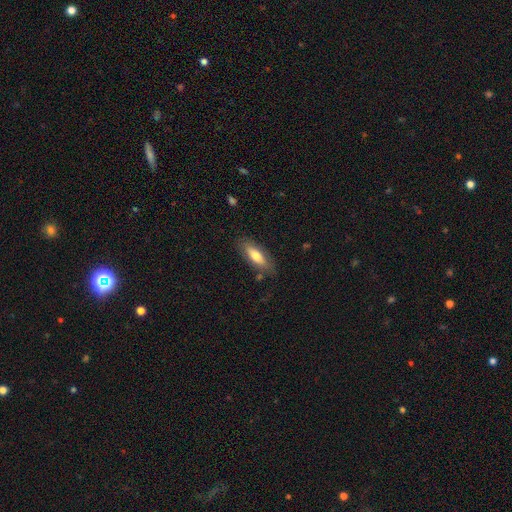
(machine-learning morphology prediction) smooth-or-featured: smooth: 72% | featured or disk: 22% | star or artifact: 6%
  how-rounded: in between: 63% | cigar-shaped: 35% | round: 2%
  merging: none: 80% | minor disturbance: 14% | major disturbance: 3% | merger: 2%